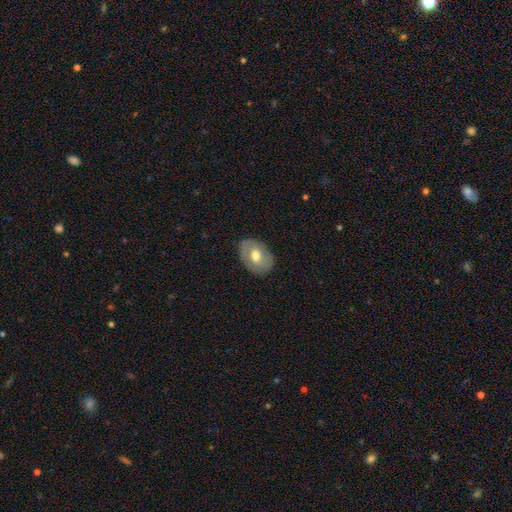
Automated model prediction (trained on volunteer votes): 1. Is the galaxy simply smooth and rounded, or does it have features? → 52% featured or disk, 41% smooth, 7% star or artifact.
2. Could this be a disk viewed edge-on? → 93% no, 7% yes.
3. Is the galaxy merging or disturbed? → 81% none, 14% minor disturbance, 4% major disturbance, 1% merger.